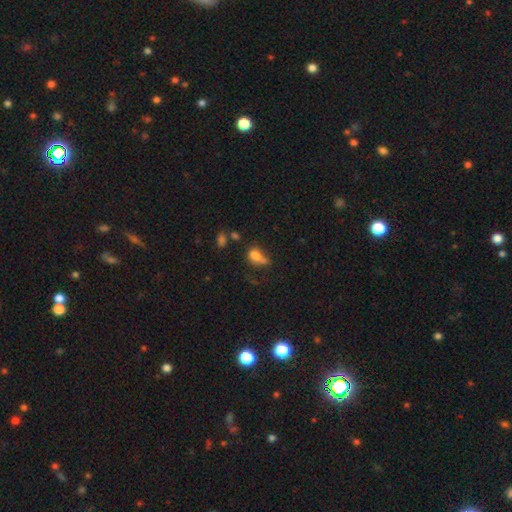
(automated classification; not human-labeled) This appears to be a smooth galaxy with no disk features (73%) that is in between round and cigar-shaped (66%). Merging: merger (37%).